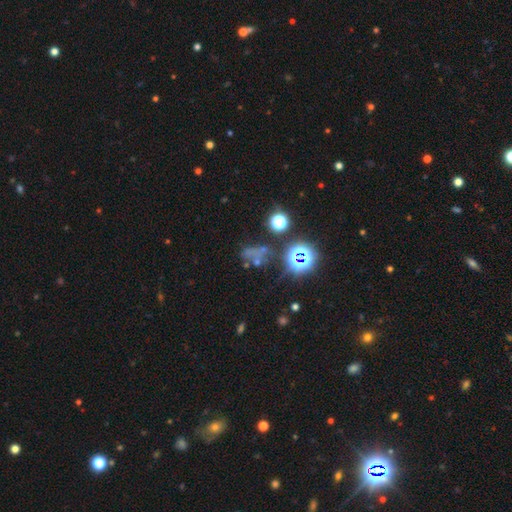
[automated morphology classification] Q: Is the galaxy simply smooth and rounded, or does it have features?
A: star or artifact — 46%.